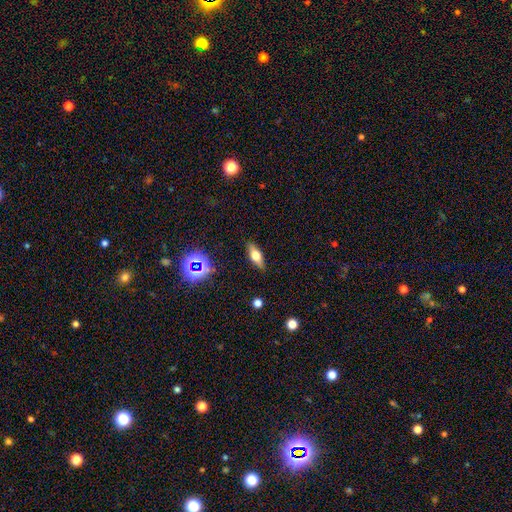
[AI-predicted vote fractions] A smooth galaxy with no disk features (48%). Merging: none (87%).